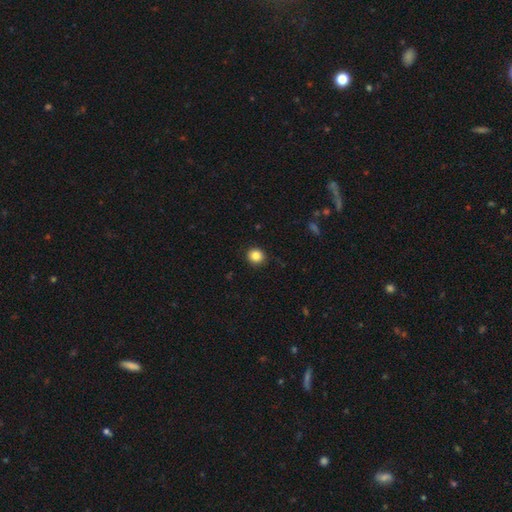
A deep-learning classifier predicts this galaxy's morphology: The model was most divided on "smooth or featured": smooth: 85%, star or artifact: 10%, featured or disk: 4%. More confident: how rounded — round (92%); merging — none (91%).